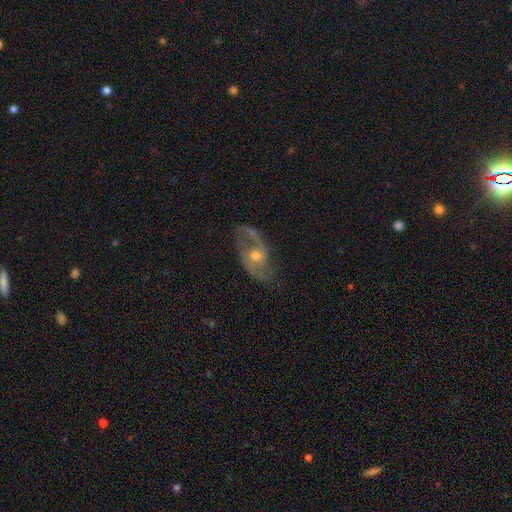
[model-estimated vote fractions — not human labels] Q: Smooth or featured?
A: featured or disk (84%); runner-up: smooth (9%)
Q: Edge-on disk?
A: no (94%); runner-up: yes (6%)
Q: Bar?
A: no (58%); runner-up: weak (31%)
Q: Spiral arms?
A: yes (91%); runner-up: no (9%)
Q: Spiral winding?
A: loose (45%); runner-up: medium (42%)
Q: Spiral arm count?
A: 2 (88%); runner-up: can't tell (5%)
Q: Bulge size?
A: moderate (65%); runner-up: small (30%)
Q: Merging?
A: none (70%); runner-up: minor disturbance (18%)